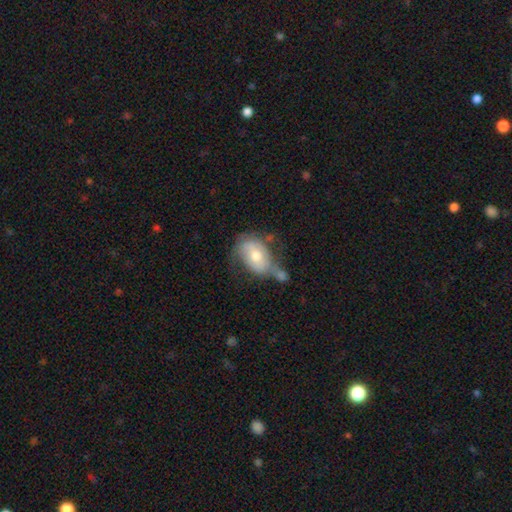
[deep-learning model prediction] This is possibly a smooth galaxy (56%). How rounded: clearly in between (84%). Merging: marginally none (30%).